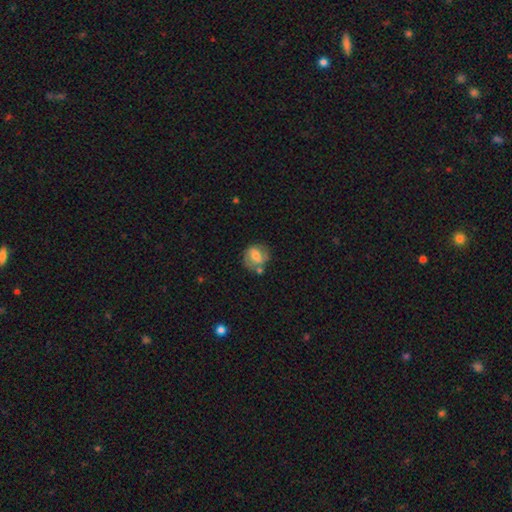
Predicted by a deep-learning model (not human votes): Smooth or featured? Predicted: smooth (p=0.51). How rounded? Predicted: round (p=0.70). Merging? Predicted: none (p=0.62).